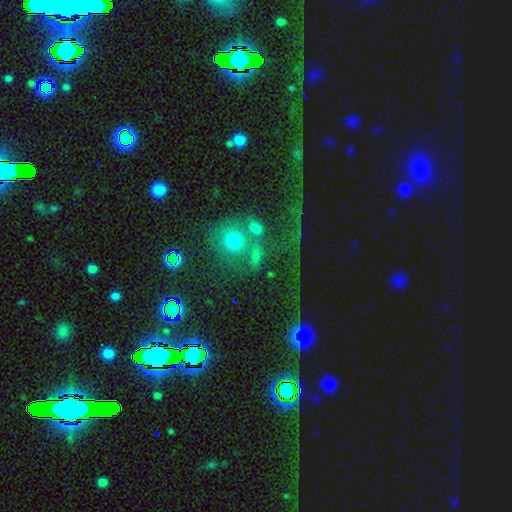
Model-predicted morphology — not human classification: Smooth or featured? smooth (50%)
Merging? none (37%)